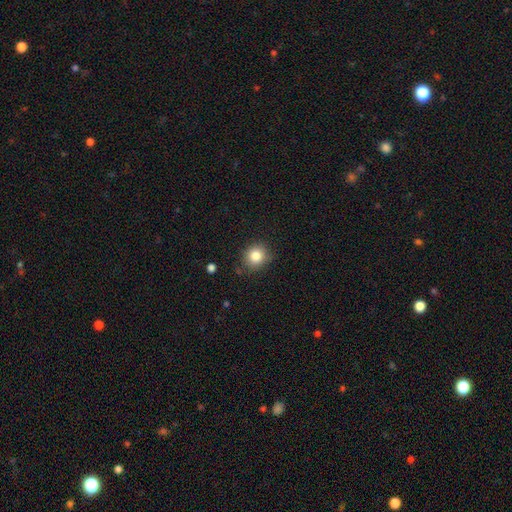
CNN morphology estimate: Smooth or featured?
  - smooth: 83% *
  - star or artifact: 11%
  - featured or disk: 6%
How rounded?
  - round: 83% *
  - in between: 16%
  - cigar-shaped: 1%
Merging?
  - none: 85% *
  - minor disturbance: 11%
  - major disturbance: 3%
  - merger: 2%